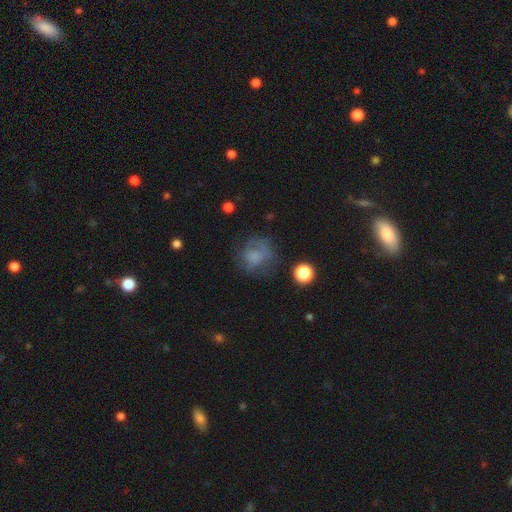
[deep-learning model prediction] smooth_or_featured: smooth (p=0.59) [alt: featured or disk p=0.27]
how_rounded: round (p=0.74) [alt: in between p=0.25]
merging: none (p=0.52) [alt: minor disturbance p=0.24]